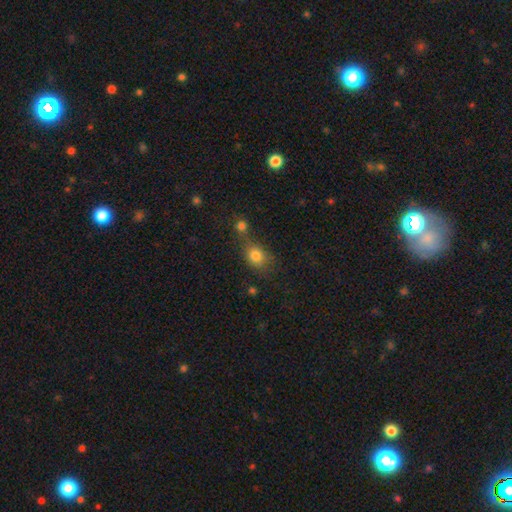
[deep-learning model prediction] This appears to be a smooth galaxy with no disk features (80%) that is round (54%). Merging: none (44%).